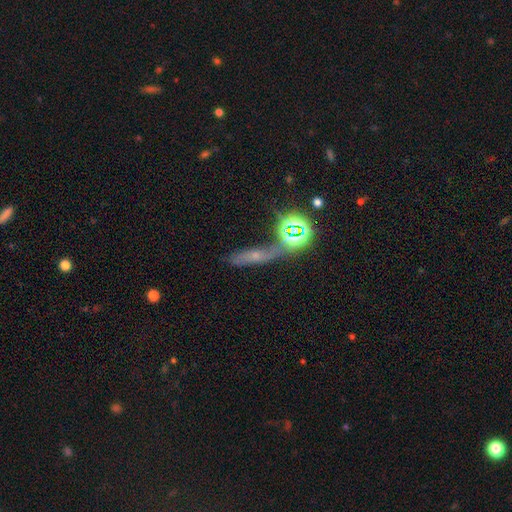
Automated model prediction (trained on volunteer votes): star or artifact 37%, smooth 34%, featured or disk 30%.